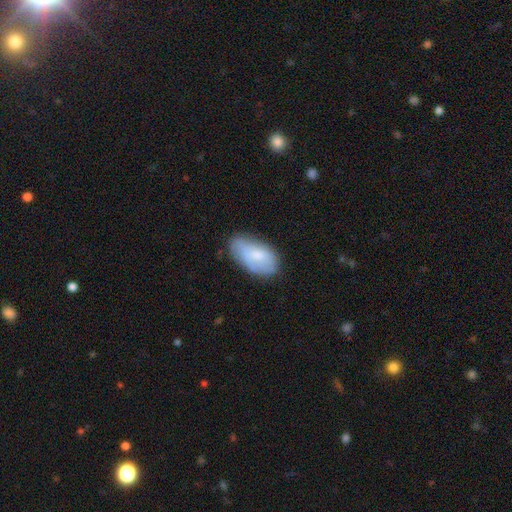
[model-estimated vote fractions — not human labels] A smooth galaxy with no disk features (71%) that is in between round and cigar-shaped (94%). Merging: none (60%).